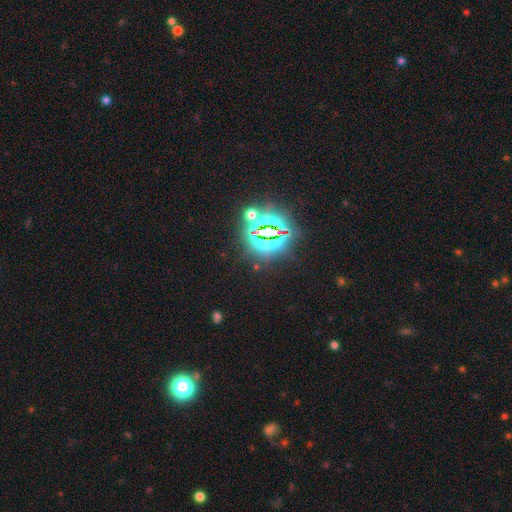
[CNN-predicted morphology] type=star or artifact (83%).